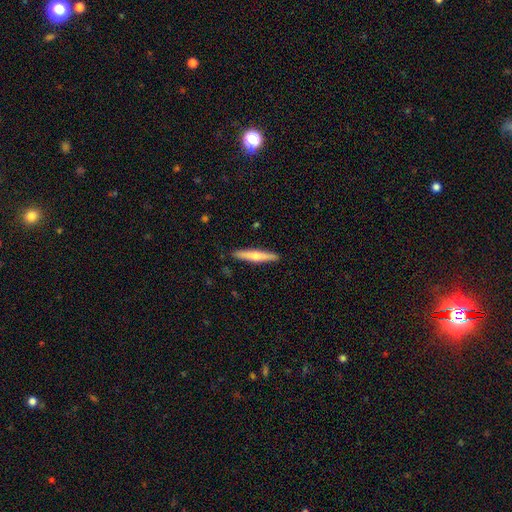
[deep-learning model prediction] The model was most divided on "smooth or featured": smooth: 50%, featured or disk: 45%, star or artifact: 5%. More confident: merging — none (91%).